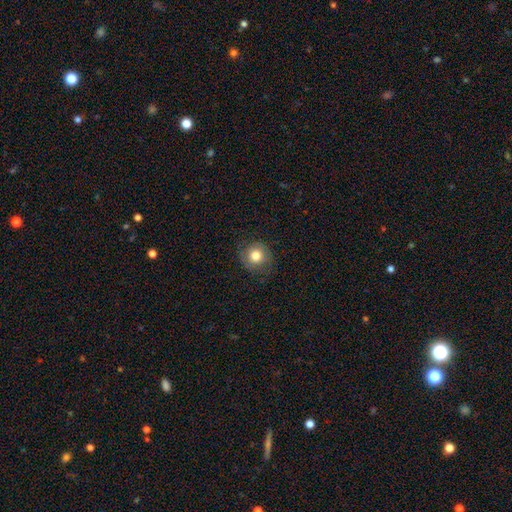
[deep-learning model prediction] This is likely a smooth galaxy (78%). How rounded: clearly round (88%). Merging: clearly none (80%).